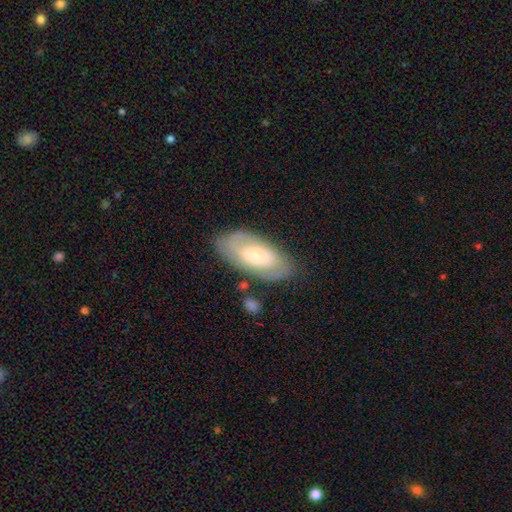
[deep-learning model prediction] A featured or disk galaxy (54%). Merging: none (76%).